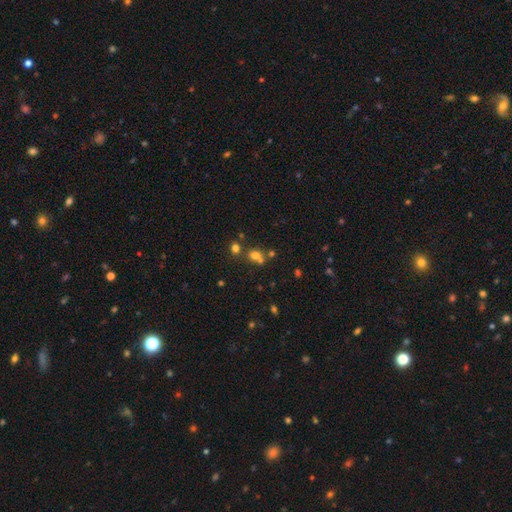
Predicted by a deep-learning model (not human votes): Smooth or featured? smooth (66%)
How rounded? round (71%)
Merging? none (47%)